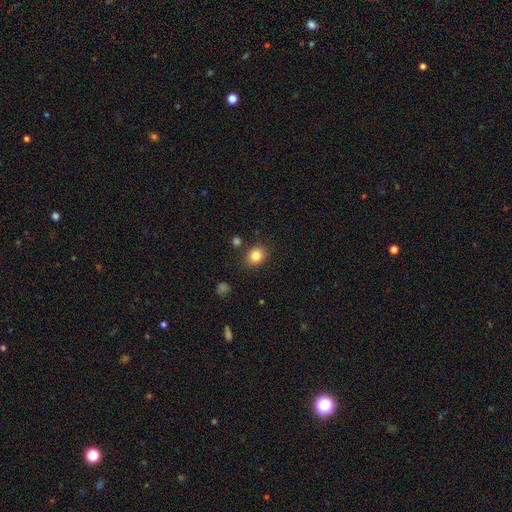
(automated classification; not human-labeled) smooth 82%, star or artifact 11%, featured or disk 7%. Down the decision tree: how rounded — round (63%); merging — none (84%).